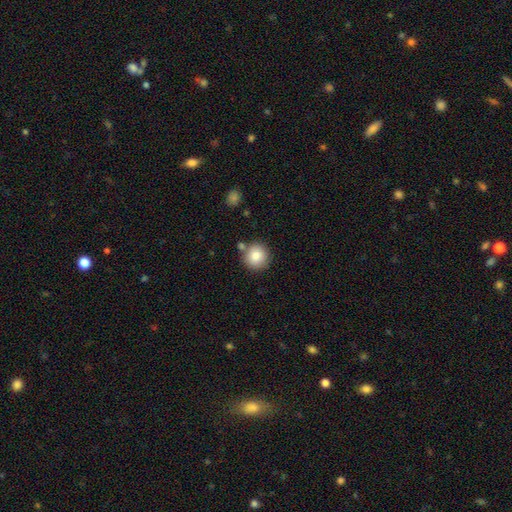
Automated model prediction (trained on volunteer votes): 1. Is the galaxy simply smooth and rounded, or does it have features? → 85% smooth, 9% star or artifact, 7% featured or disk.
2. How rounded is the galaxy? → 93% round, 6% in between, 1% cigar-shaped.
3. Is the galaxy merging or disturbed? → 78% none, 10% merger, 9% minor disturbance, 3% major disturbance.